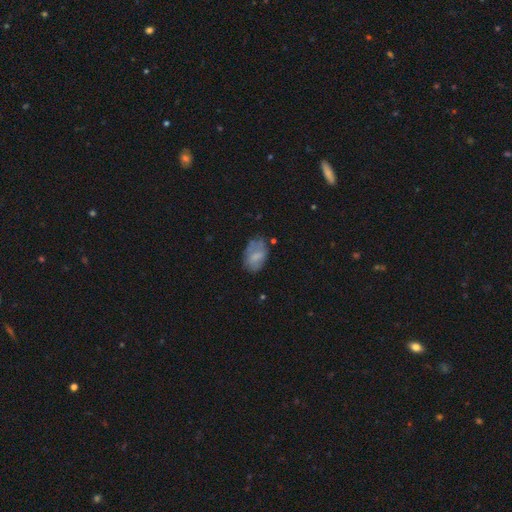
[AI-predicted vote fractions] smooth_or_featured: smooth (p=0.62) [alt: featured or disk p=0.30]
how_rounded: in between (p=0.88) [alt: round p=0.10]
merging: none (p=0.58) [alt: minor disturbance p=0.27]